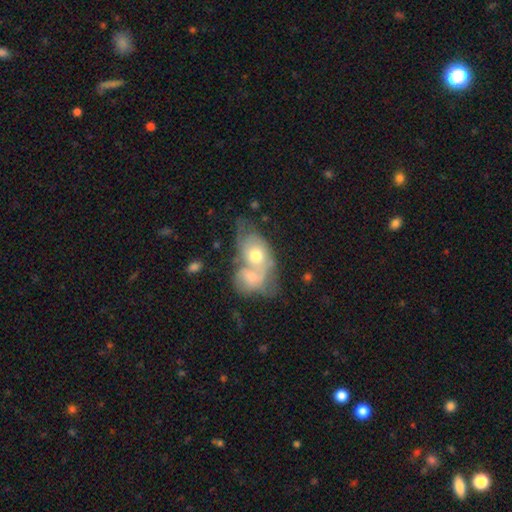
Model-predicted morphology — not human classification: A featured or disk galaxy (48%). Merging: merger (78%).